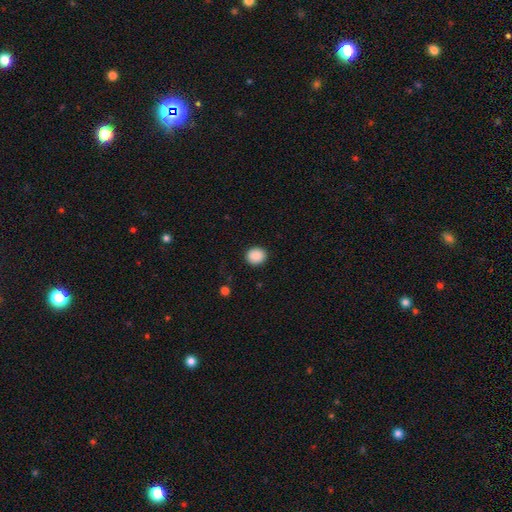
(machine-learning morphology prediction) smooth_or_featured: smooth (p=0.89) [alt: star or artifact p=0.08]
how_rounded: round (p=0.80) [alt: in between p=0.19]
merging: none (p=0.91) [alt: minor disturbance p=0.06]